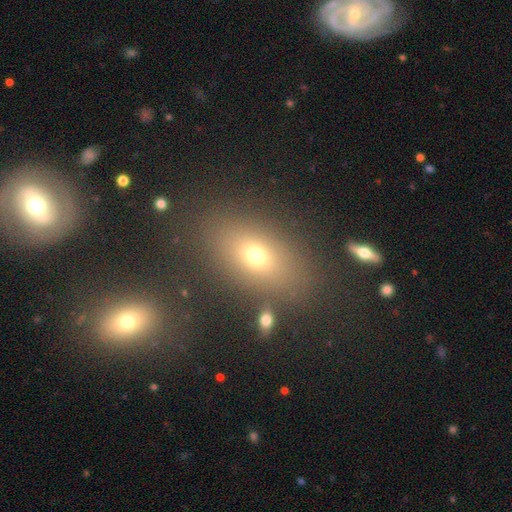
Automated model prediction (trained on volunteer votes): The model was most divided on "smooth or featured": smooth: 67%, star or artifact: 17%, featured or disk: 16%. More confident: merging — none (80%); how rounded — in between (77%).